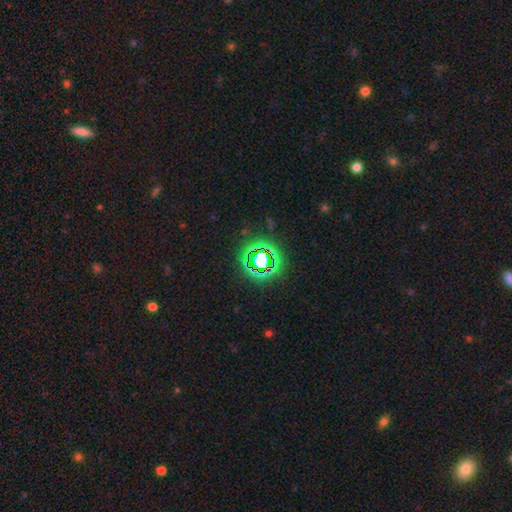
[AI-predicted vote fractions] star or artifact 71%, smooth 21%, featured or disk 8%.